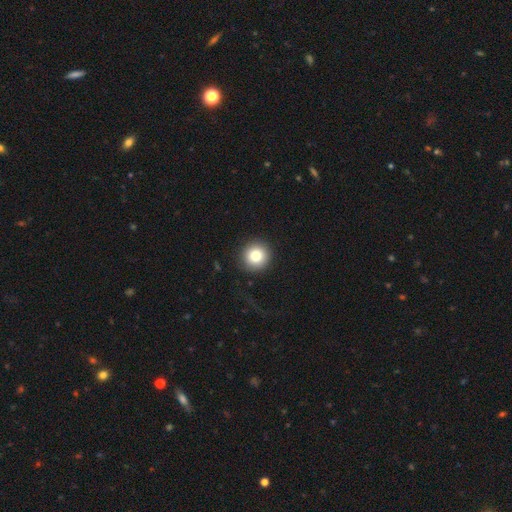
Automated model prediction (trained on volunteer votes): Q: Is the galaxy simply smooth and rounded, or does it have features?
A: smooth — 82%.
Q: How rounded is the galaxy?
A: round — 94%.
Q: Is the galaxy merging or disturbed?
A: none — 88%.